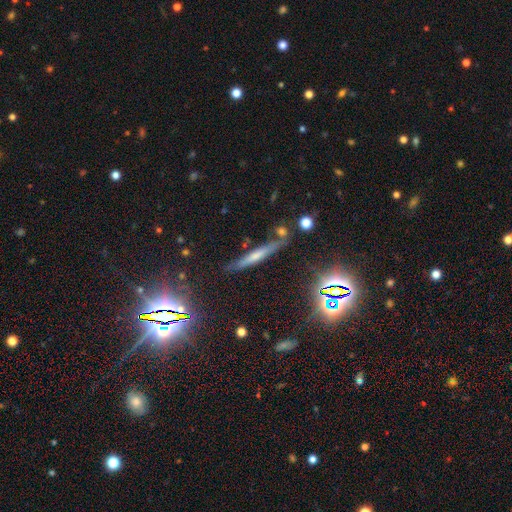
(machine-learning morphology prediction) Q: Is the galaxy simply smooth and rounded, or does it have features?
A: smooth — 40%.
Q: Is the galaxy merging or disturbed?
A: none — 77%.